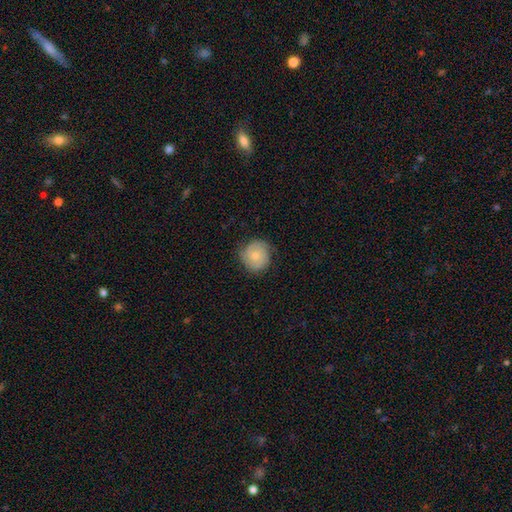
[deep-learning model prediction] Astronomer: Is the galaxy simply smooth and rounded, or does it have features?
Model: featured or disk — 49% (runner-up: smooth, 44%).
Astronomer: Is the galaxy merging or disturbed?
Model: none — 75%.